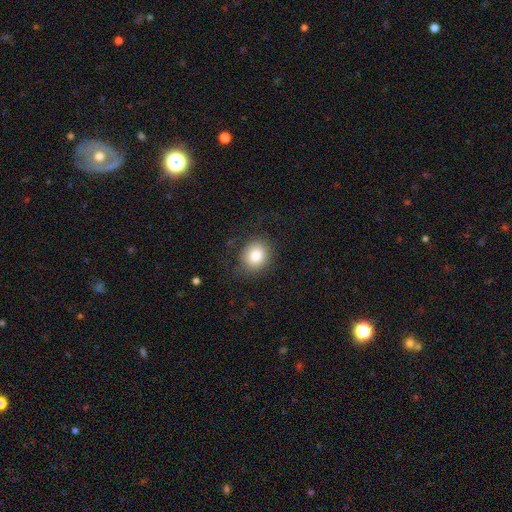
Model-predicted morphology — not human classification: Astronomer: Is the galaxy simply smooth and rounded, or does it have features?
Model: smooth — 82%.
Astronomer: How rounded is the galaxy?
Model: round — 68%.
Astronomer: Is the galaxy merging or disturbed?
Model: none — 81%.